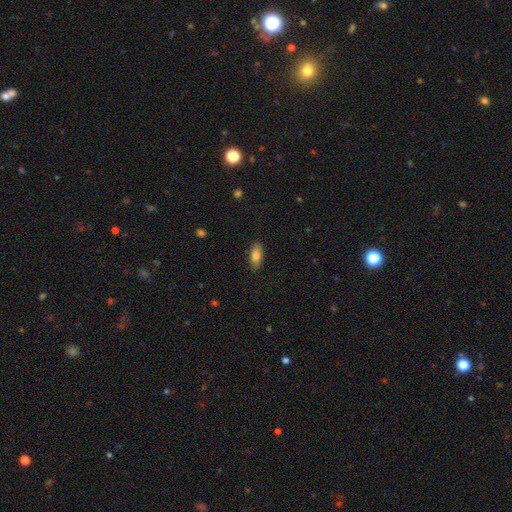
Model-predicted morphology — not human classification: Smooth or featured: smooth — 81% (featured or disk — 12%)
How rounded: in between — 84% (cigar-shaped — 13%)
Merging: none — 86% (minor disturbance — 11%)